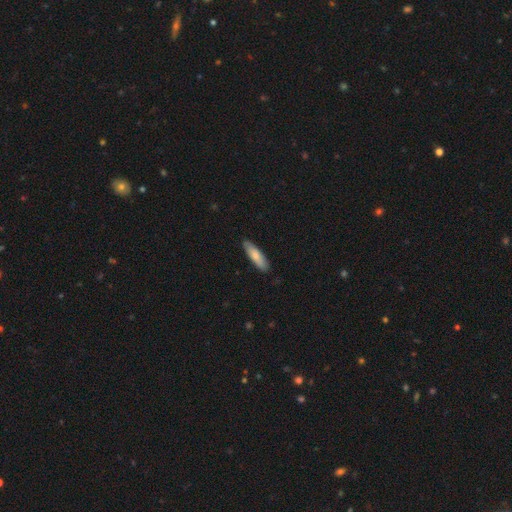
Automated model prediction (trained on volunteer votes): Q: Smooth or featured?
A: smooth (79%); runner-up: featured or disk (16%)
Q: How rounded?
A: cigar-shaped (64%); runner-up: in between (34%)
Q: Merging?
A: none (87%); runner-up: minor disturbance (10%)